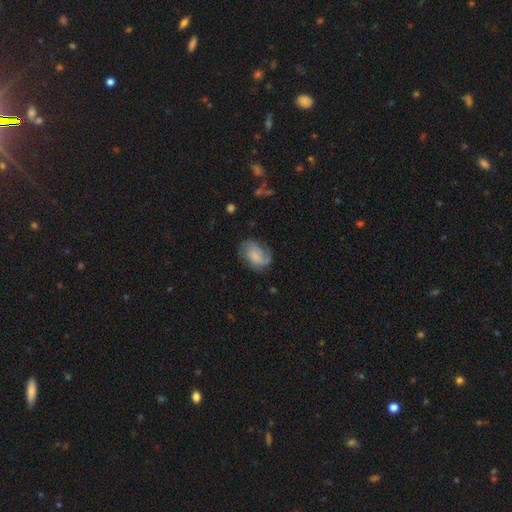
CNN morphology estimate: featured or disk 53%, smooth 39%, star or artifact 8%. Down the decision tree: edge-on disk — no (97%); bar — no (62%); spiral arms — yes (88%); bulge size — small (39%); merging — none (59%).